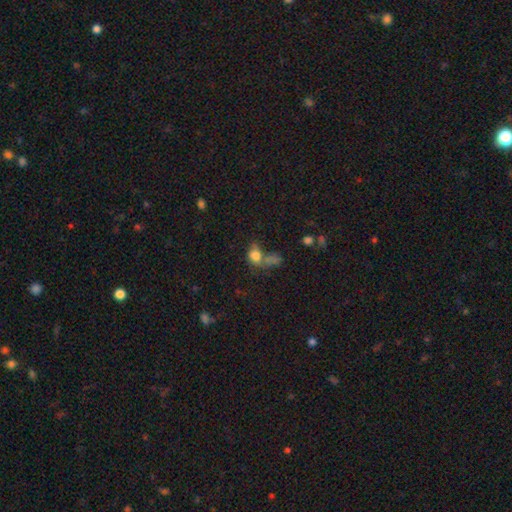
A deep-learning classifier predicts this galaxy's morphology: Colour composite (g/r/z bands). It shows a smooth galaxy with no disk features (75%) that is in between round and cigar-shaped (59%). Merging: merger (41%).